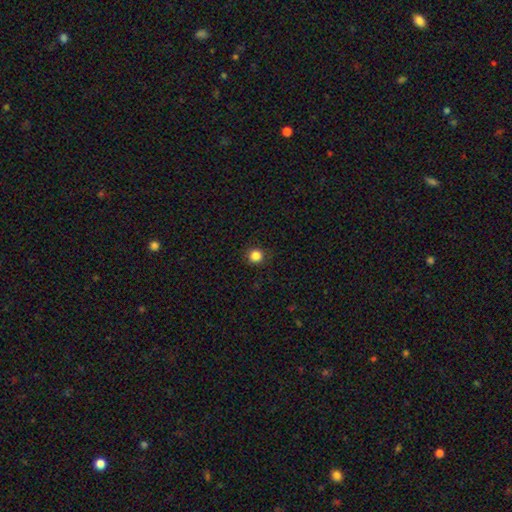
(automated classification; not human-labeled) smooth 85%, star or artifact 12%, featured or disk 4%. Down the decision tree: how rounded — round (94%); merging — none (91%).